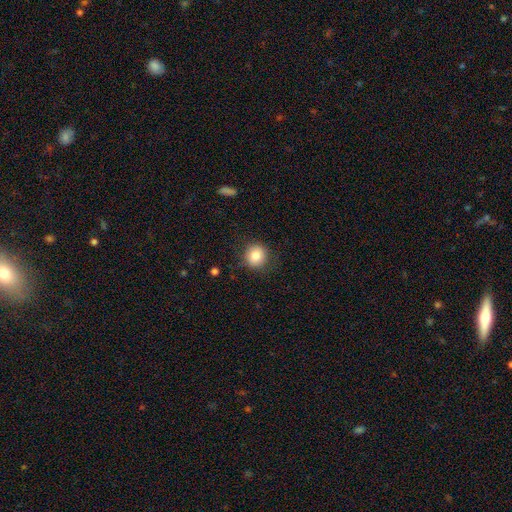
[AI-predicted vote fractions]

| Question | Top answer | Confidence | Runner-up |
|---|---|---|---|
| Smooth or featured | smooth | 83% | star or artifact (9%) |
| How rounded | round | 88% | in between (11%) |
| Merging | none | 85% | minor disturbance (11%) |